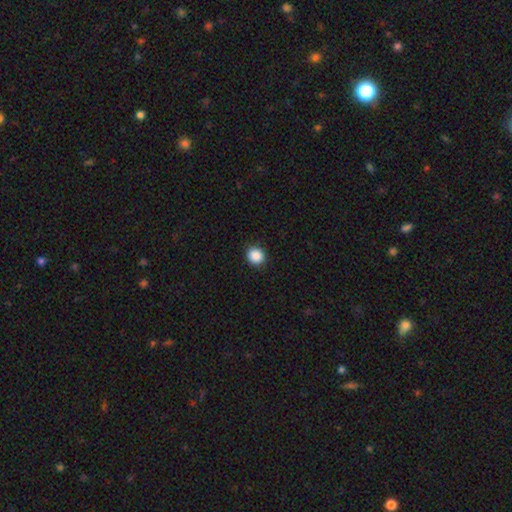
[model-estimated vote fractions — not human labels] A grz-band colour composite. It shows a smooth galaxy with no disk features (89%) that is round (87%). Merging: none (91%).